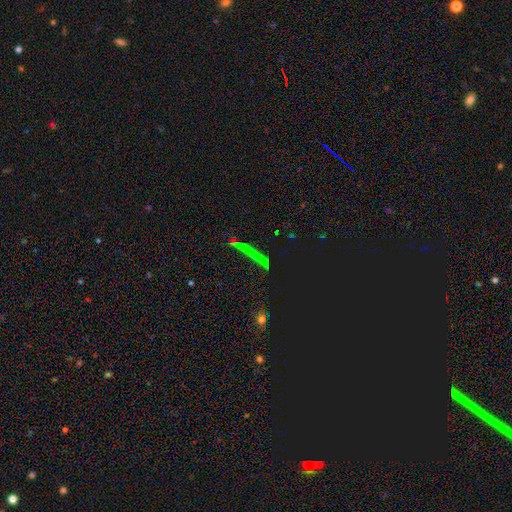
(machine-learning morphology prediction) A star or artifact, not a galaxy (54%).

Vote fractions:
- Smooth or featured? star or artifact: 54% / smooth: 24% / featured or disk: 22%